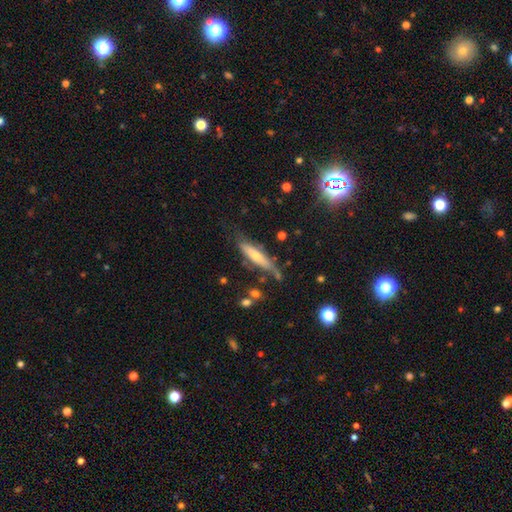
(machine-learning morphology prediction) This is possibly a smooth galaxy (52%). How rounded: likely cigar-shaped (75%). Merging: possibly none (58%).